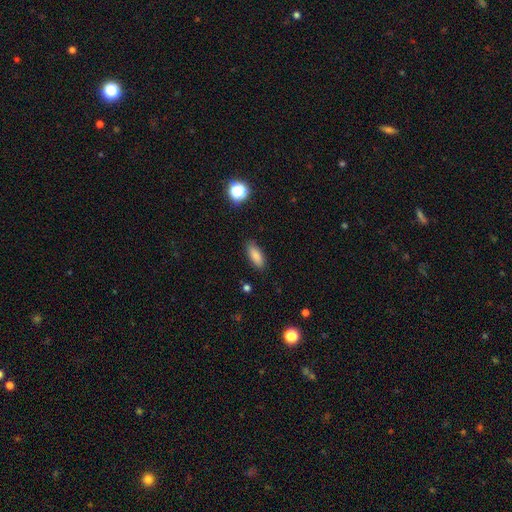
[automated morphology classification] This appears to be a smooth galaxy with no disk features (85%) that is in between round and cigar-shaped (74%). Merging: none (88%).